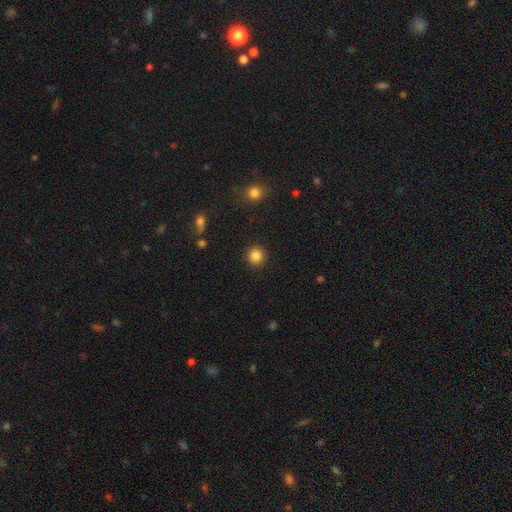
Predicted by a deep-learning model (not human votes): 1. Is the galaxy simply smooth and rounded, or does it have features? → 84% smooth, 11% star or artifact, 4% featured or disk.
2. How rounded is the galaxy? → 93% round, 6% in between, 1% cigar-shaped.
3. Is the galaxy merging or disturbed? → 92% none, 5% minor disturbance, 2% major disturbance, 1% merger.